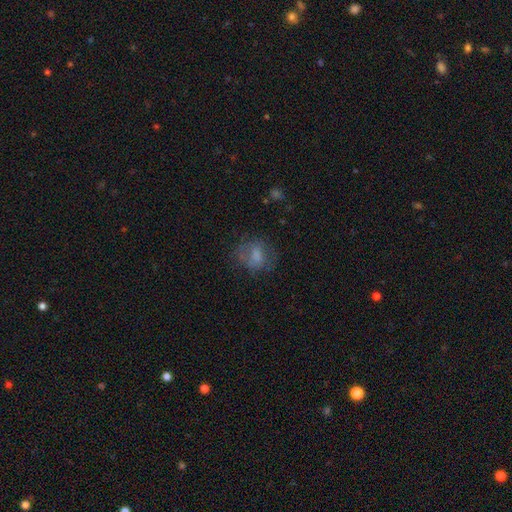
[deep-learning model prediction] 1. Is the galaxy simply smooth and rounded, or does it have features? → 61% smooth, 27% featured or disk, 12% star or artifact.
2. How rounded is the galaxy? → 55% round, 43% in between, 1% cigar-shaped.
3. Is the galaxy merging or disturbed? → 52% none, 23% major disturbance, 22% minor disturbance, 3% merger.